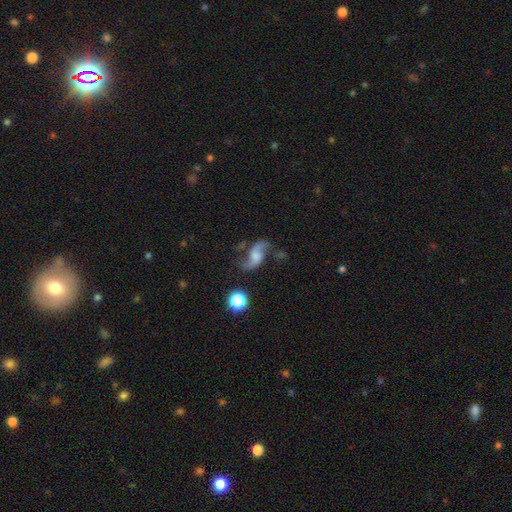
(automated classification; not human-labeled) Overall: featured or disk (81%). Edge-on disk: no (97%). Bar: no (53%; weak 37%). Spiral arms: yes (95%). Spiral arm count: 2 (93%). Spiral winding: loose (82%). Bulge size: none (37%; moderate 23%). Merging: none (65%).